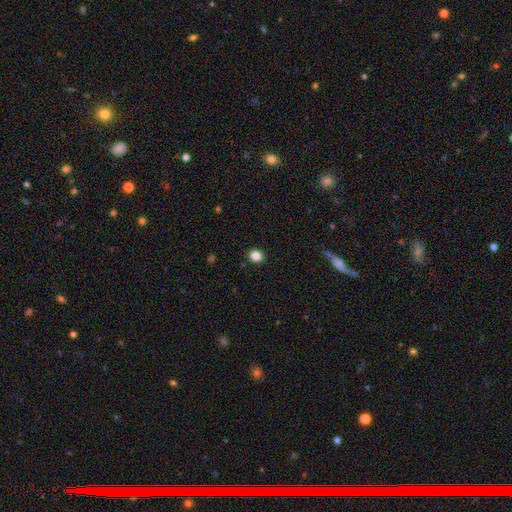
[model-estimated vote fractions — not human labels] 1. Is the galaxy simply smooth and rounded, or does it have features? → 85% smooth, 11% star or artifact, 4% featured or disk.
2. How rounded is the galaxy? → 77% round, 22% in between, 1% cigar-shaped.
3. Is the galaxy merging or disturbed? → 91% none, 6% minor disturbance, 2% major disturbance, 1% merger.